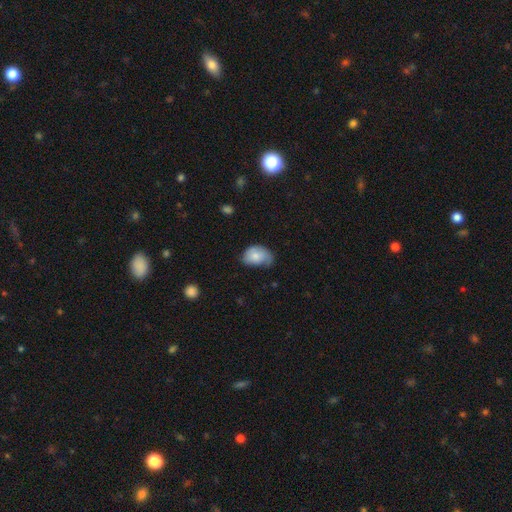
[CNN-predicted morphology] This appears to be a smooth galaxy with no disk features (76%) that is in between round and cigar-shaped (78%). Merging: minor disturbance (44%).